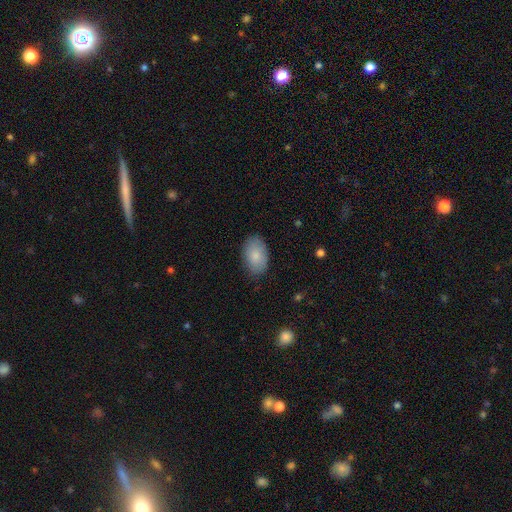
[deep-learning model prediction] Morphology: type=smooth (83%); roundness=in between (91%); merging=none (82%).